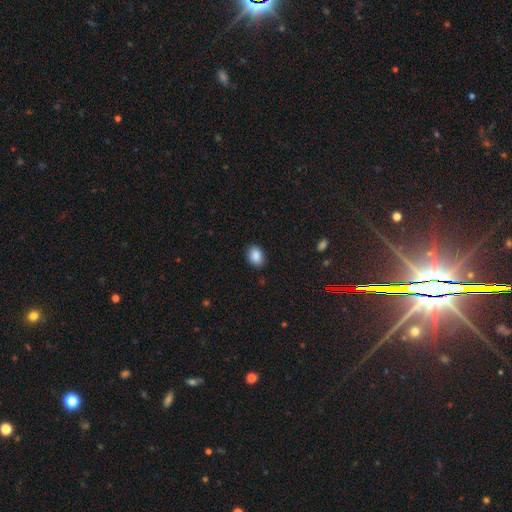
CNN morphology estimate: The model was most divided on "how rounded": in between: 74%, round: 25%, cigar-shaped: 1%. More confident: smooth or featured — smooth (89%); merging — none (87%).